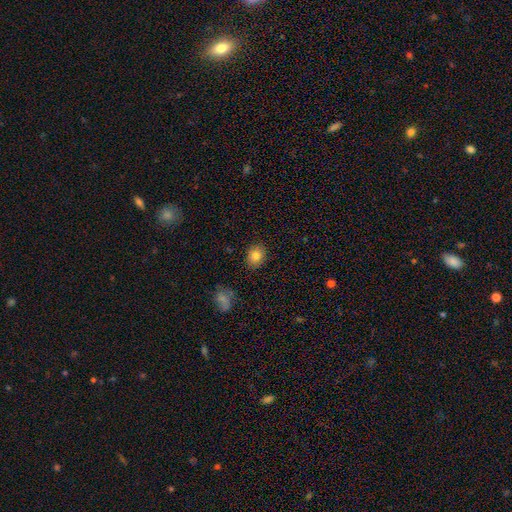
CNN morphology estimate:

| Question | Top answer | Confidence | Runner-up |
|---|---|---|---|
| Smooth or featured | smooth | 82% | star or artifact (10%) |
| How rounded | round | 53% | in between (46%) |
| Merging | none | 86% | minor disturbance (10%) |